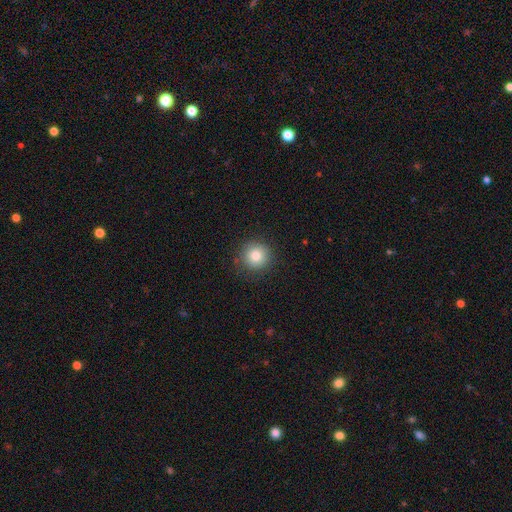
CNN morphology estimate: Smooth or featured: smooth — 81% (star or artifact — 10%)
How rounded: round — 94% (in between — 5%)
Merging: none — 88% (minor disturbance — 8%)